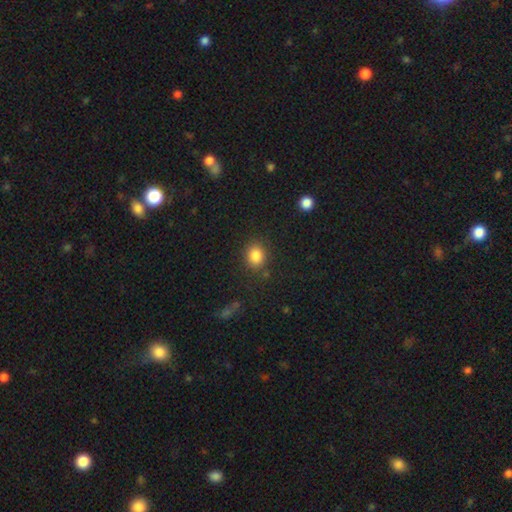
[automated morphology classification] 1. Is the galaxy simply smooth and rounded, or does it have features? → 84% smooth, 11% star or artifact, 5% featured or disk.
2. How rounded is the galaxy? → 63% round, 36% in between, 1% cigar-shaped.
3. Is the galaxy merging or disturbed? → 83% none, 11% minor disturbance, 4% major disturbance, 3% merger.